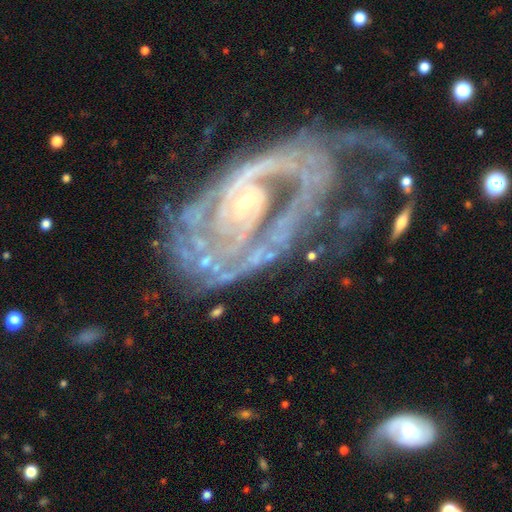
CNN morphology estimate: Q: Smooth or featured?
A: featured or disk (90%); runner-up: star or artifact (6%)
Q: Edge-on disk?
A: no (97%); runner-up: yes (3%)
Q: Bar?
A: no (66%); runner-up: weak (23%)
Q: Spiral arms?
A: yes (94%); runner-up: no (6%)
Q: Spiral winding?
A: tight (50%); runner-up: medium (34%)
Q: Spiral arm count?
A: 2 (38%); runner-up: can't tell (22%)
Q: Bulge size?
A: small (75%); runner-up: moderate (19%)
Q: Merging?
A: major disturbance (47%); runner-up: none (27%)